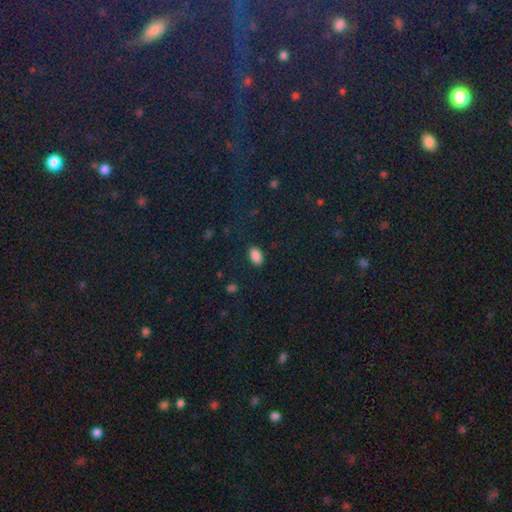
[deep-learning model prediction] Q: Smooth or featured?
A: smooth (87%); runner-up: star or artifact (9%)
Q: How rounded?
A: in between (92%); runner-up: round (6%)
Q: Merging?
A: none (87%); runner-up: minor disturbance (9%)